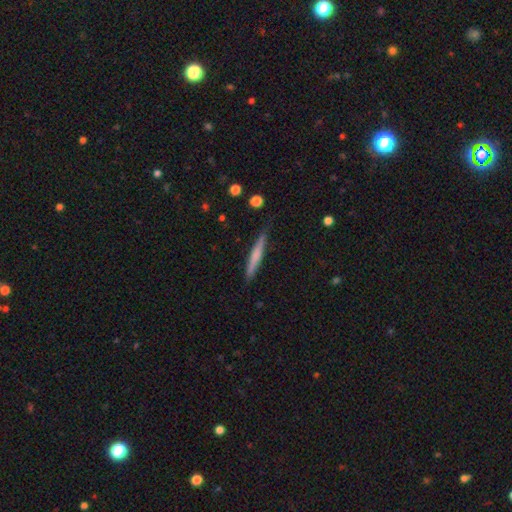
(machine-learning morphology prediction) This appears to be a smooth galaxy with no disk features (59%) that is cigar-shaped (95%). Merging: none (83%).